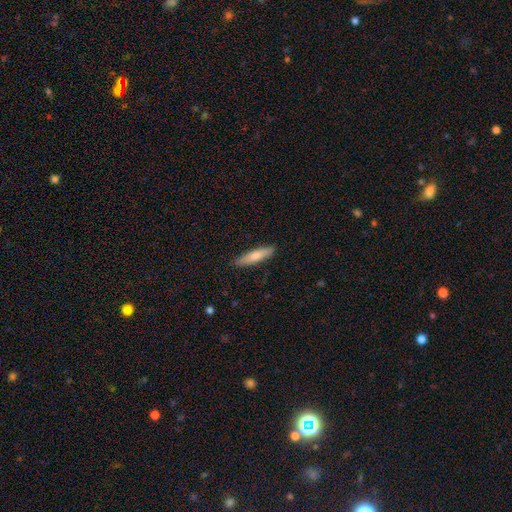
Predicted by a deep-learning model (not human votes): A smooth galaxy with no disk features (76%) that is cigar-shaped (78%). Merging: none (89%).